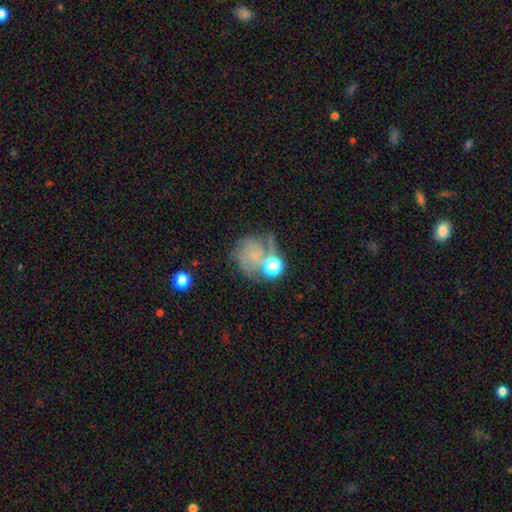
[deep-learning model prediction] Smooth or featured? Predicted: featured or disk (p=0.53). Edge-on disk? Predicted: no (p=0.97). Bar? Predicted: no (p=0.77). Spiral arms? Predicted: yes (p=0.83). Bulge size? Predicted: small (p=0.47). Merging? Predicted: none (p=0.46).